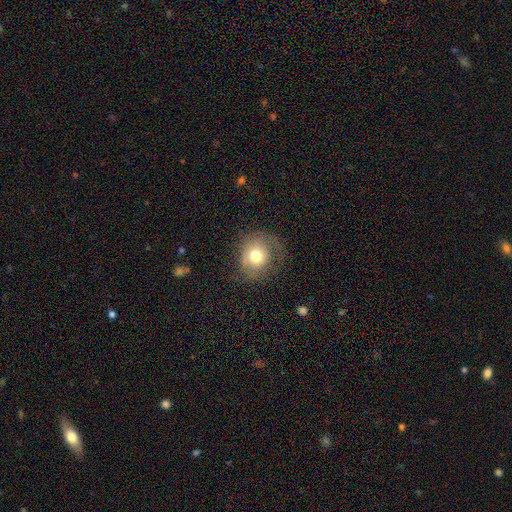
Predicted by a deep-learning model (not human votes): Q: Smooth or featured?
A: smooth (67%); runner-up: featured or disk (23%)
Q: How rounded?
A: round (79%); runner-up: in between (20%)
Q: Merging?
A: none (57%); runner-up: minor disturbance (24%)